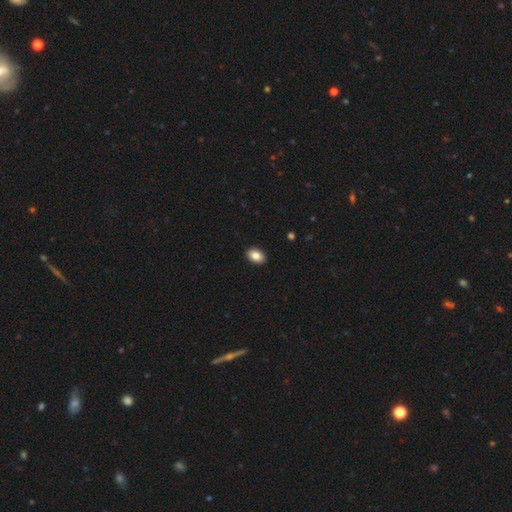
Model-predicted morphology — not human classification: Smooth or featured?
  - smooth: 84% *
  - star or artifact: 8%
  - featured or disk: 8%
How rounded?
  - in between: 86% *
  - round: 13%
  - cigar-shaped: 1%
Merging?
  - none: 91% *
  - minor disturbance: 6%
  - major disturbance: 2%
  - merger: 1%